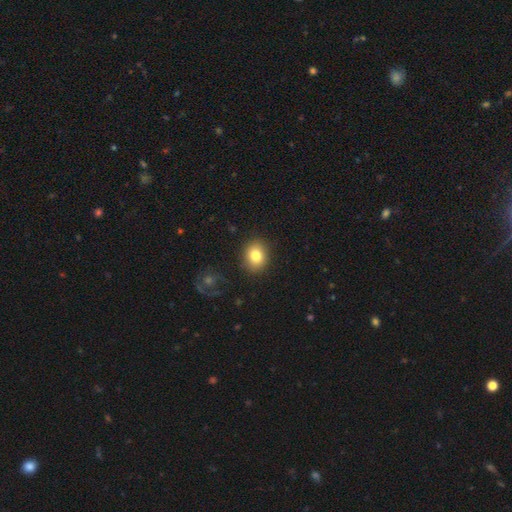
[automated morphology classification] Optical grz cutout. It shows a smooth galaxy with no disk features (81%) that is round (61%). Merging: none (89%).